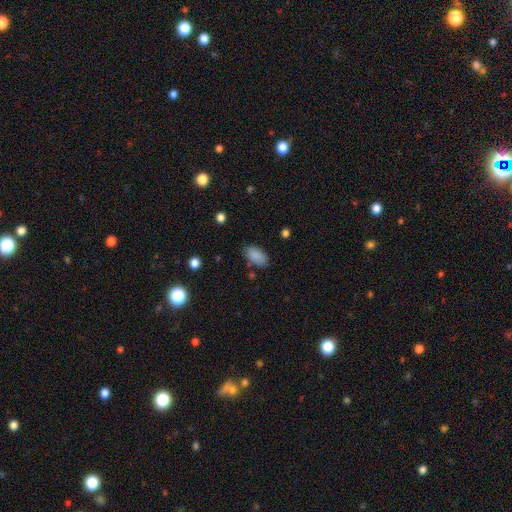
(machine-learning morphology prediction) smooth_or_featured: smooth (p=0.87) [alt: star or artifact p=0.08]
how_rounded: in between (p=0.93) [alt: round p=0.04]
merging: none (p=0.81) [alt: minor disturbance p=0.13]